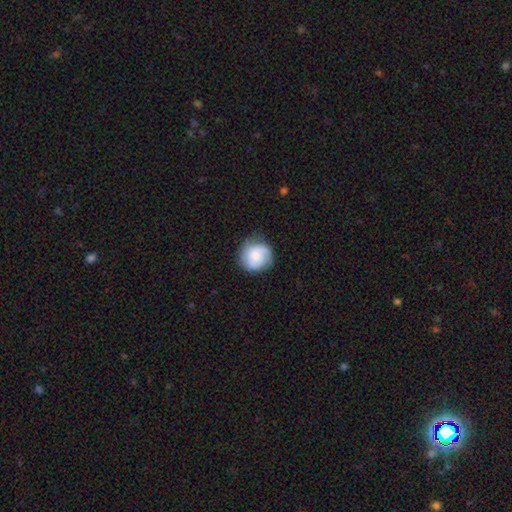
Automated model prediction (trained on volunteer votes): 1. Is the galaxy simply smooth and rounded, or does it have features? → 55% smooth, 38% featured or disk, 8% star or artifact.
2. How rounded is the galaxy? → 86% round, 13% in between, 1% cigar-shaped.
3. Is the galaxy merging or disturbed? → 74% none, 19% minor disturbance, 6% major disturbance, 1% merger.